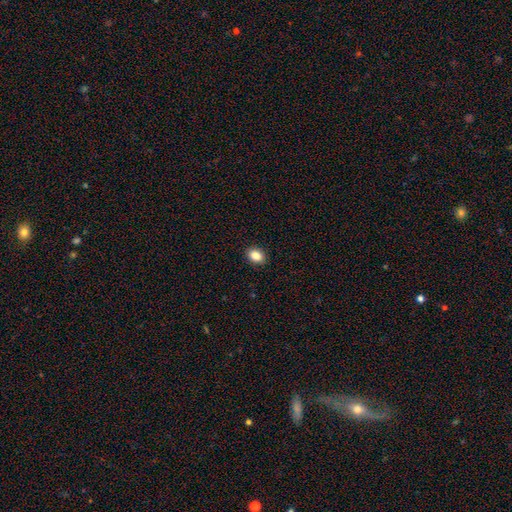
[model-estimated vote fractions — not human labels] Morphology: type=smooth (86%); roundness=in between (71%); merging=none (90%).